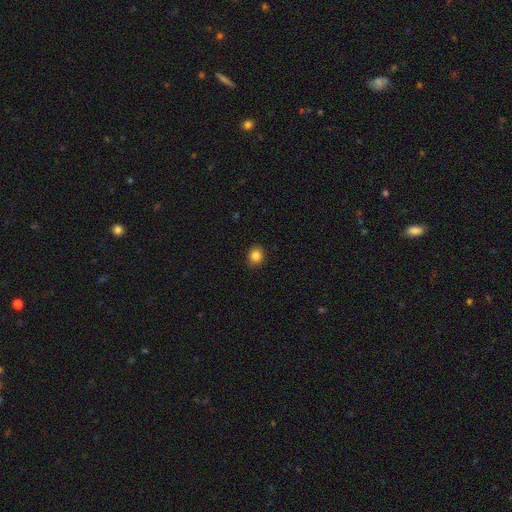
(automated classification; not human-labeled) smooth_or_featured: smooth (p=0.85) [alt: star or artifact p=0.11]
how_rounded: round (p=0.72) [alt: in between p=0.27]
merging: none (p=0.90) [alt: minor disturbance p=0.07]